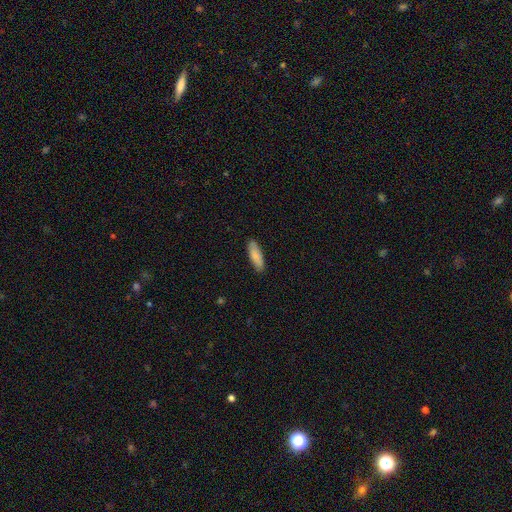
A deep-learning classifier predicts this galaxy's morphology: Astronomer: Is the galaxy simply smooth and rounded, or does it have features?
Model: smooth — 83%.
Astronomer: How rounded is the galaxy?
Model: in between — 56% (runner-up: cigar-shaped, 42%).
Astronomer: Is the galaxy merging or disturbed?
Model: none — 87%.